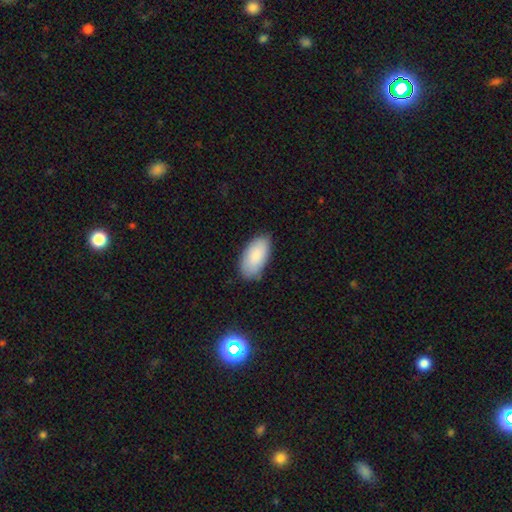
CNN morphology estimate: Overall: smooth (87%). How rounded: in between (95%). Merging: none (82%).